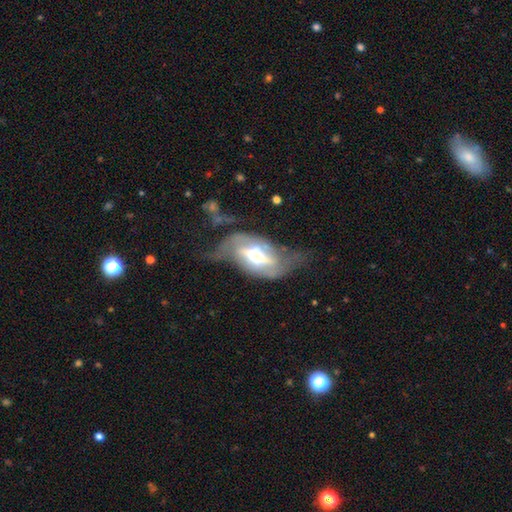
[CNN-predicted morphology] smooth-or-featured: featured or disk: 76% | smooth: 18% | star or artifact: 6%
  disk-edge-on: no: 82% | yes: 18%
    bar: strong: 49% | weak: 30% | no: 21%
    has-spiral-arms: yes: 70% | no: 30%
    bulge-size: moderate: 58% | small: 25% | large: 13% | dominant: 2% | none: 2%
  merging: none: 36% | major disturbance: 35% | minor disturbance: 24% | merger: 6%